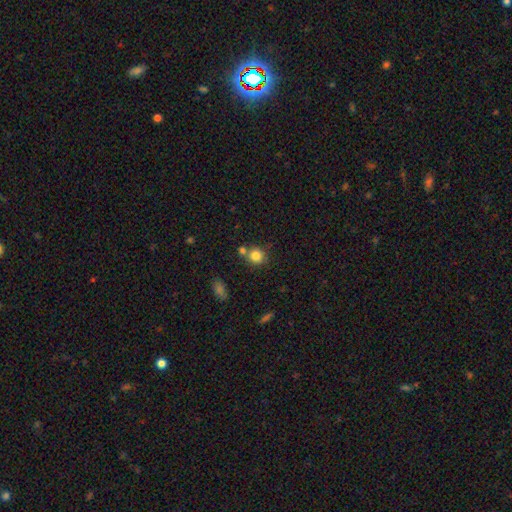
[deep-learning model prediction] Smooth or featured? smooth (83%)
How rounded? round (87%)
Merging? none (65%)